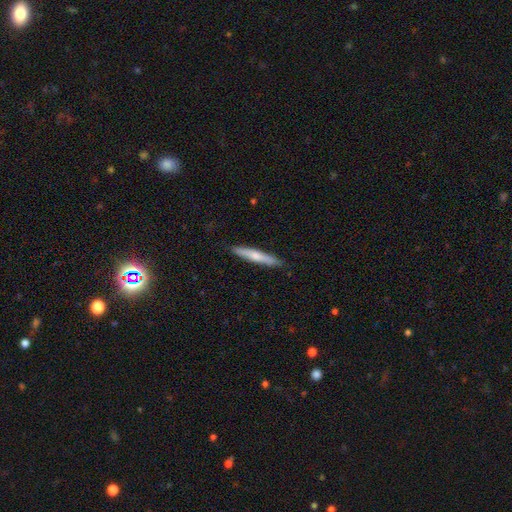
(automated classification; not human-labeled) A smooth galaxy with no disk features (58%) that is cigar-shaped (94%). Merging: none (89%).